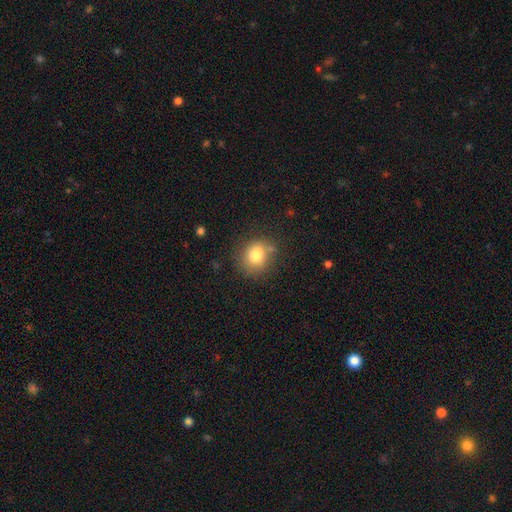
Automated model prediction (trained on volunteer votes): Overall: smooth (79%). How rounded: round (70%). Merging: none (70%).